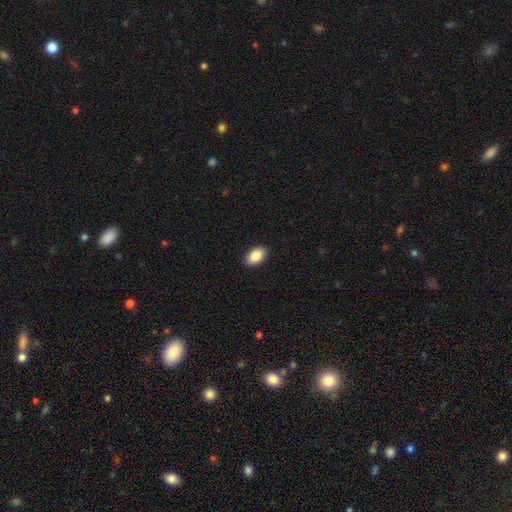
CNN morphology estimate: smooth-or-featured: smooth: 88% | star or artifact: 7% | featured or disk: 5%
  how-rounded: in between: 93% | round: 5% | cigar-shaped: 2%
  merging: none: 91% | minor disturbance: 7% | major disturbance: 2% | merger: 1%